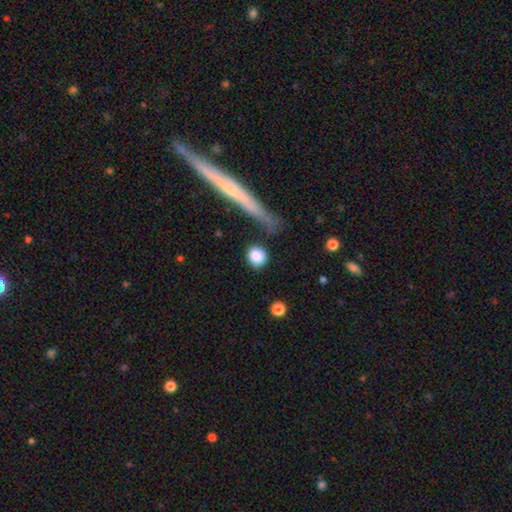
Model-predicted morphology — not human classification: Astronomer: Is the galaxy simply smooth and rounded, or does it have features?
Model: smooth — 84%.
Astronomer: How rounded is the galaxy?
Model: round — 83%.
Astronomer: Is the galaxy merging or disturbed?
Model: none — 76%.